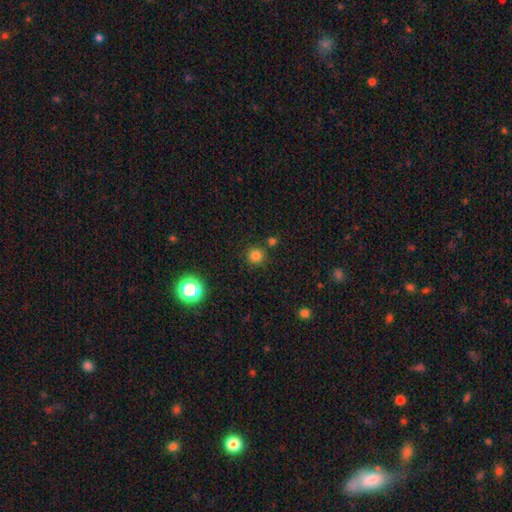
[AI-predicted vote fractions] A smooth galaxy with no disk features (80%) that is round (94%). Merging: none (84%).